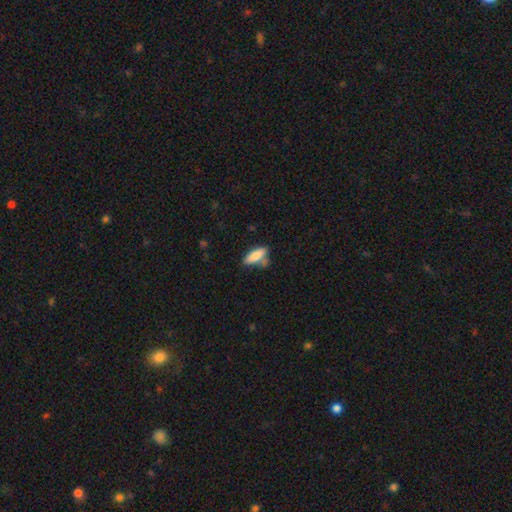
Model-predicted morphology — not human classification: Smooth or featured? smooth (80%)
How rounded? in between (59%)
Merging? none (61%)